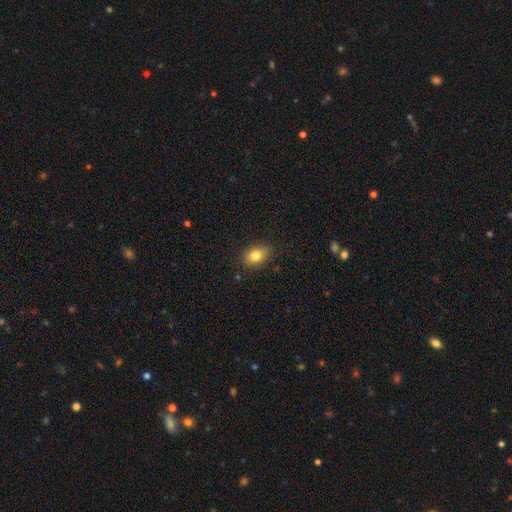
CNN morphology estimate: smooth-or-featured: smooth: 82% | featured or disk: 9% | star or artifact: 9%
  how-rounded: in between: 79% | round: 19% | cigar-shaped: 2%
  merging: none: 85% | minor disturbance: 12% | major disturbance: 3% | merger: 1%